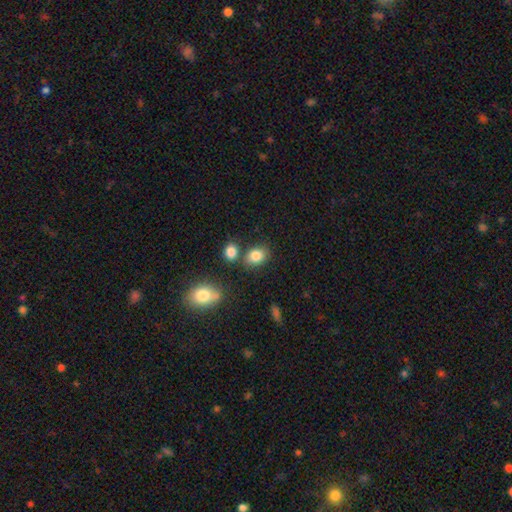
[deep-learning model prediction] The model was most divided on "how rounded": in between: 63%, round: 36%, cigar-shaped: 1%. More confident: smooth or featured — smooth (84%); merging — none (69%).